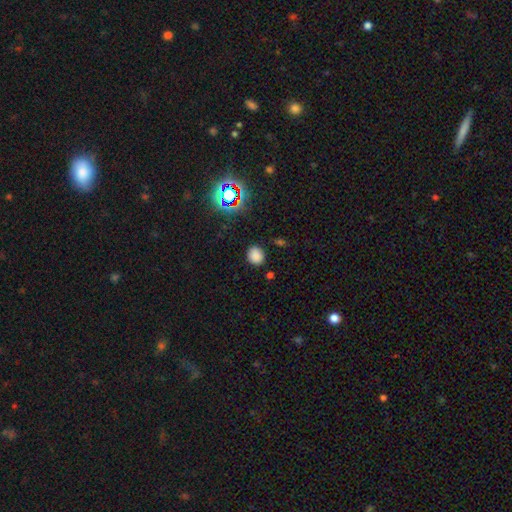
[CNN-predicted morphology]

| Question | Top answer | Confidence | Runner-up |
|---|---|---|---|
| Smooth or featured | smooth | 79% | star or artifact (17%) |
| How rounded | round | 69% | in between (30%) |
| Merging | none | 85% | minor disturbance (10%) |